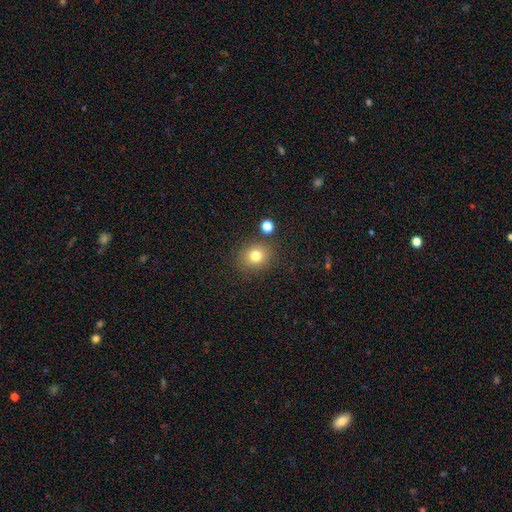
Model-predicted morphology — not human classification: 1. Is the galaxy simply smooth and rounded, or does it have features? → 79% smooth, 13% star or artifact, 8% featured or disk.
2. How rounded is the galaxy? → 73% round, 26% in between, 1% cigar-shaped.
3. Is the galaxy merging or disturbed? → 81% none, 10% minor disturbance, 6% merger, 3% major disturbance.